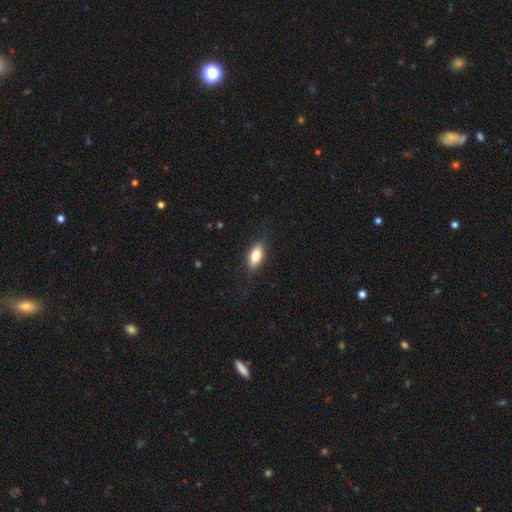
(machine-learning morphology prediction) This is clearly a smooth galaxy (82%). How rounded: clearly in between (85%). Merging: clearly none (84%).